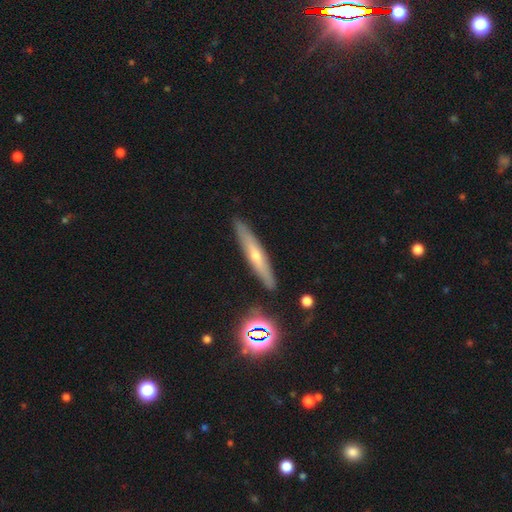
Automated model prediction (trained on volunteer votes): Smooth or featured?
  - featured or disk: 53% *
  - smooth: 37%
  - star or artifact: 10%
Edge-on disk?
  - yes: 88% *
  - no: 12%
Merging?
  - none: 89% *
  - minor disturbance: 8%
  - merger: 2%
  - major disturbance: 2%